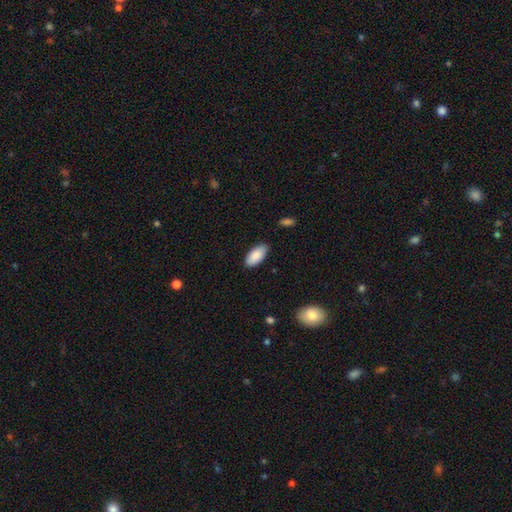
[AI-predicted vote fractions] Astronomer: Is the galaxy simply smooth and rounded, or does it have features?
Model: smooth — 89%.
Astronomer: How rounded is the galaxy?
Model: in between — 94%.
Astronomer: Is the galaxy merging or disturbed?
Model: none — 86%.